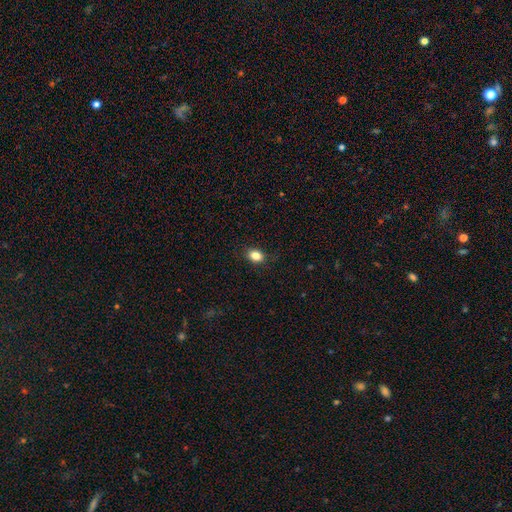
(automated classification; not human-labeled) Smooth or featured? smooth (85%)
How rounded? in between (70%)
Merging? none (86%)